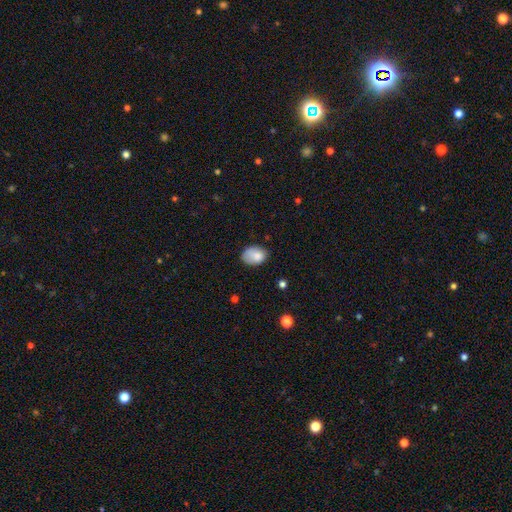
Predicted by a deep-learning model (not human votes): smooth-or-featured: smooth: 81% | featured or disk: 11% | star or artifact: 8%
  how-rounded: in between: 75% | round: 24% | cigar-shaped: 1%
  merging: none: 60% | minor disturbance: 28% | major disturbance: 9% | merger: 3%